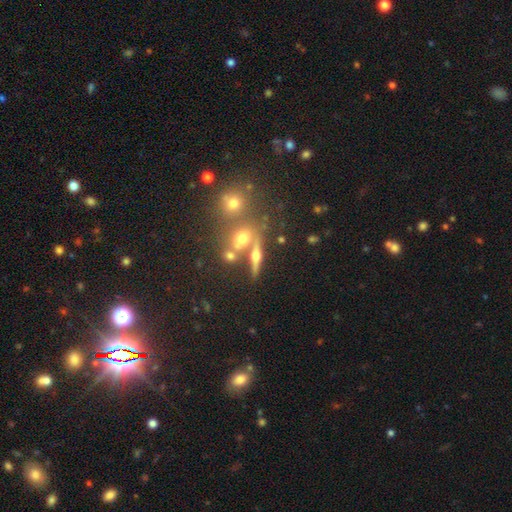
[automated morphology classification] The model was most divided on "smooth or featured": featured or disk: 56%, smooth: 29%, star or artifact: 15%. More confident: edge-on disk — yes (83%); merging — none (66%).